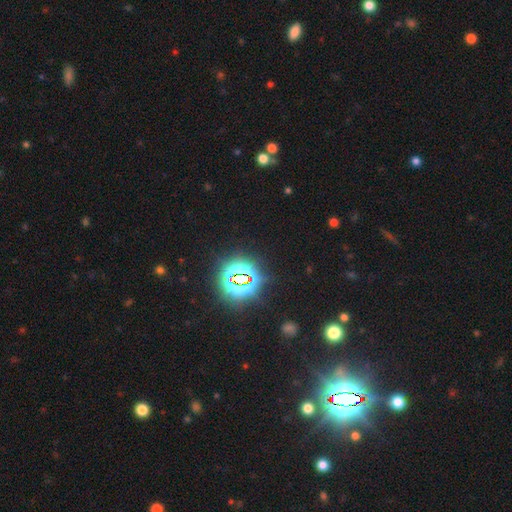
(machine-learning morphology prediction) A star or artifact, not a galaxy (77%).